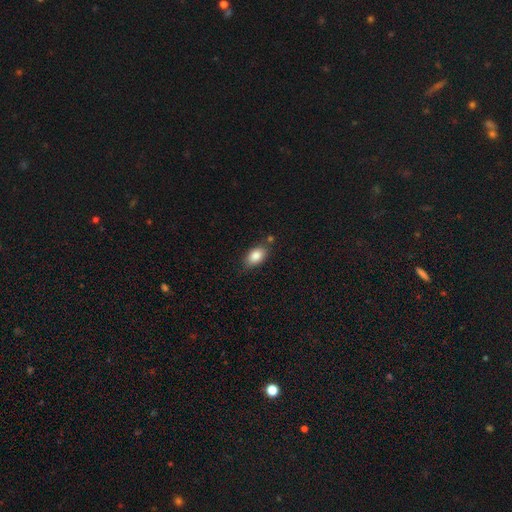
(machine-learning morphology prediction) A smooth galaxy with no disk features (86%) that is in between round and cigar-shaped (89%).

Vote fractions:
- Smooth or featured? smooth: 86% / star or artifact: 8% / featured or disk: 7%
- How rounded? in between: 89% / round: 9% / cigar-shaped: 2%
- Merging? none: 76% / minor disturbance: 16% / merger: 5% / major disturbance: 4%